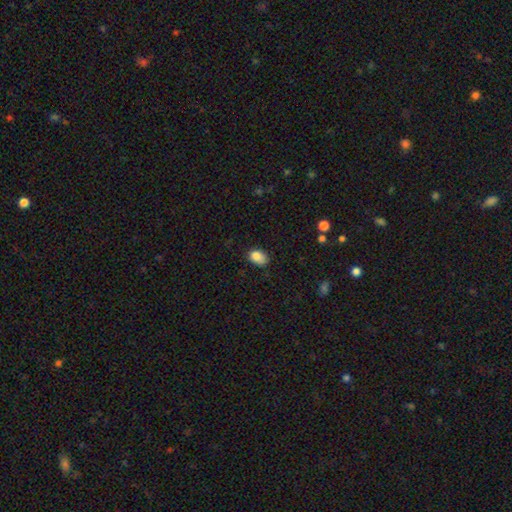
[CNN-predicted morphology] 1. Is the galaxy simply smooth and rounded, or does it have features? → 85% smooth, 9% star or artifact, 6% featured or disk.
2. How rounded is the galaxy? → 81% in between, 18% round, 1% cigar-shaped.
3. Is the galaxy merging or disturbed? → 63% none, 29% minor disturbance, 6% major disturbance, 2% merger.